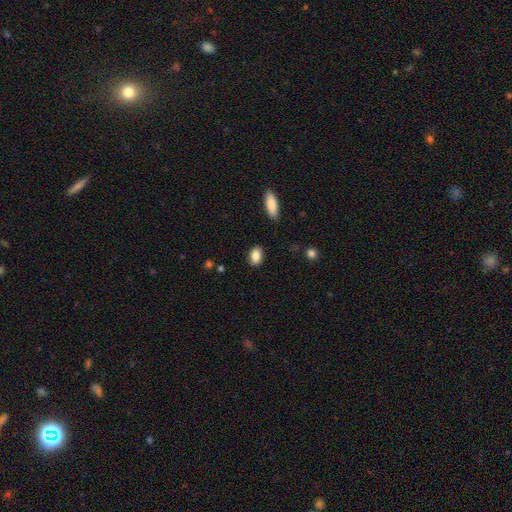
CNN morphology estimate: smooth_or_featured: smooth (p=0.86) [alt: star or artifact p=0.08]
how_rounded: in between (p=0.83) [alt: round p=0.15]
merging: none (p=0.87) [alt: minor disturbance p=0.09]